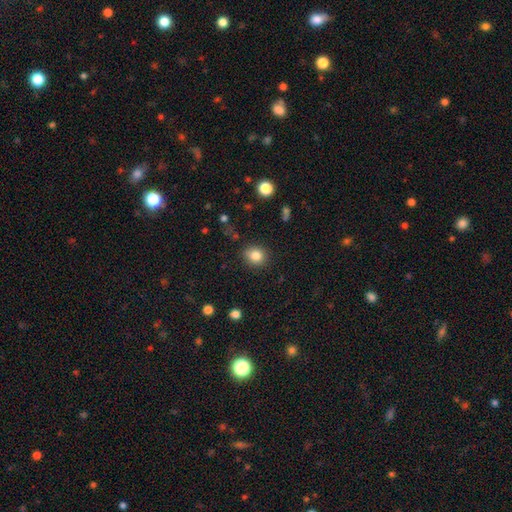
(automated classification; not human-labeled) smooth_or_featured: smooth (p=0.83) [alt: star or artifact p=0.11]
how_rounded: round (p=0.78) [alt: in between p=0.21]
merging: none (p=0.87) [alt: minor disturbance p=0.09]